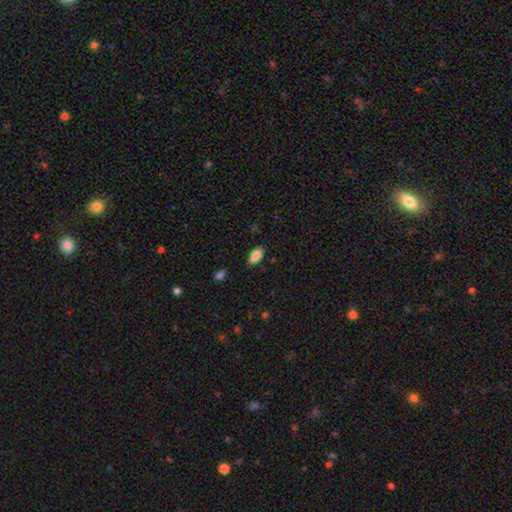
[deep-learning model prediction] Smooth or featured? smooth (86%)
How rounded? in between (91%)
Merging? none (86%)